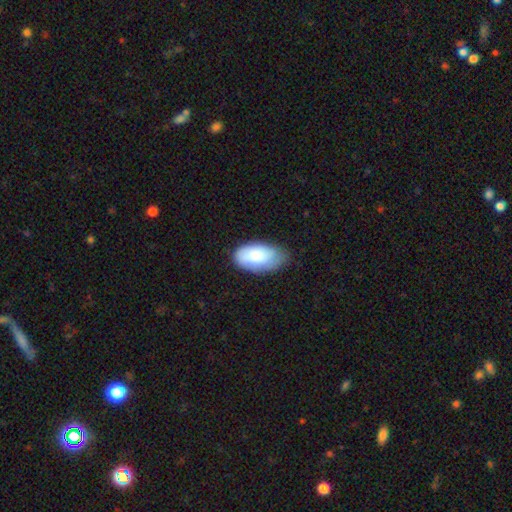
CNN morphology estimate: Smooth or featured?
  - smooth: 78% *
  - featured or disk: 16%
  - star or artifact: 6%
How rounded?
  - in between: 95% *
  - round: 3%
  - cigar-shaped: 2%
Merging?
  - none: 57% *
  - minor disturbance: 34%
  - major disturbance: 8%
  - merger: 2%